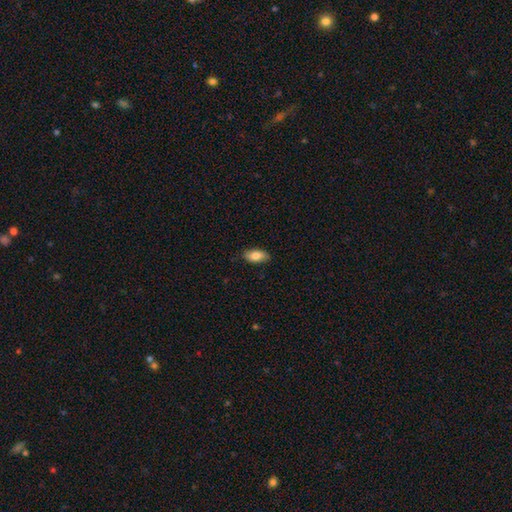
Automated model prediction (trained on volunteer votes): Smooth or featured: smooth — 82% (featured or disk — 11%)
How rounded: in between — 89% (cigar-shaped — 8%)
Merging: none — 86% (minor disturbance — 11%)